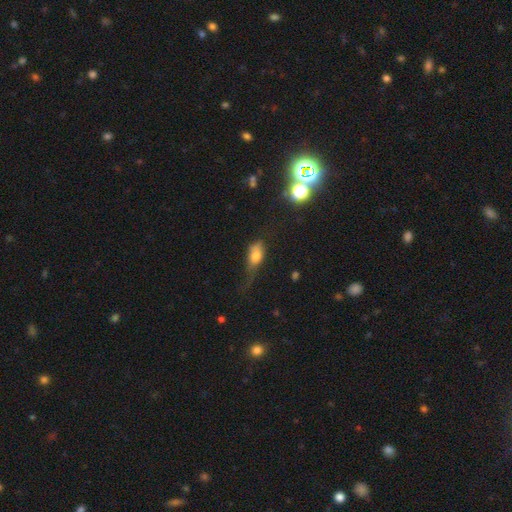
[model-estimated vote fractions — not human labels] smooth 69%, featured or disk 21%, star or artifact 10%. Down the decision tree: how rounded — in between (79%); merging — minor disturbance (33%, tied with major disturbance).